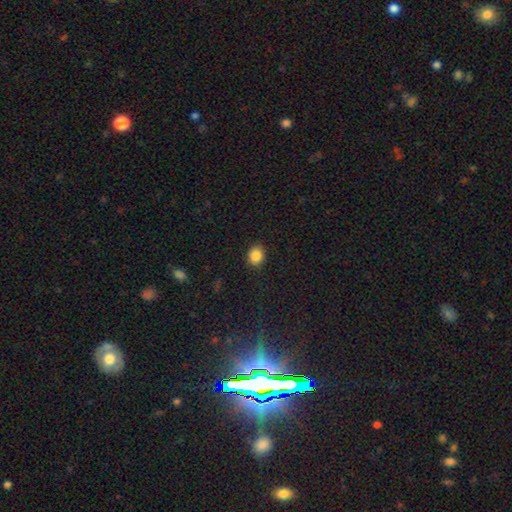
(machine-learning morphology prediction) This is clearly a smooth galaxy (87%). How rounded: likely round (63%). Merging: clearly none (88%).